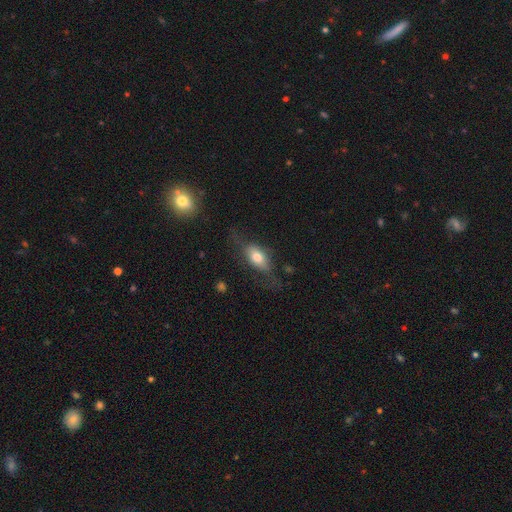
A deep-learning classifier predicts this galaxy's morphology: type=smooth (64%); roundness=in between (81%); merging=none (58%).